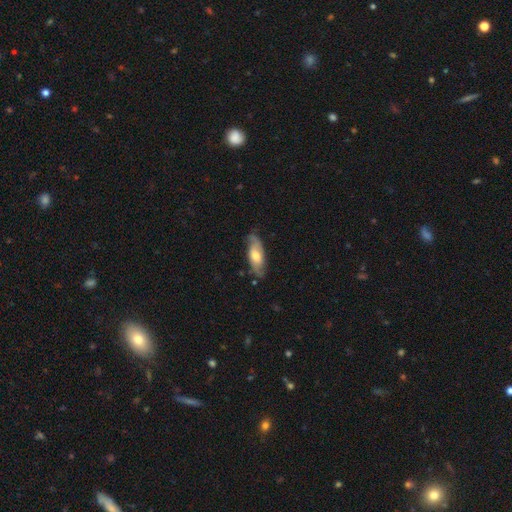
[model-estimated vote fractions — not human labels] A featured or disk galaxy (50%). Merging: none (73%).